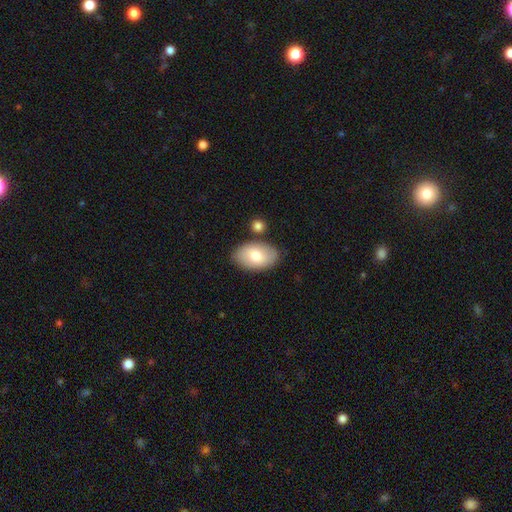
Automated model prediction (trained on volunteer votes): Morphology: type=smooth (73%); roundness=in between (93%); merging=none (79%).